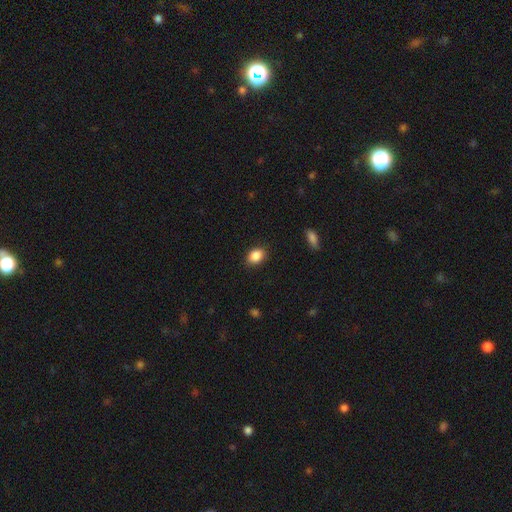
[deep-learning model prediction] Smooth or featured: smooth — 88% (star or artifact — 8%)
How rounded: in between — 71% (round — 27%)
Merging: none — 87% (minor disturbance — 10%)